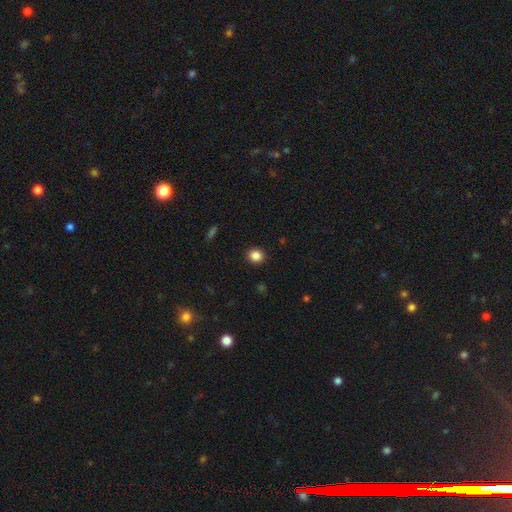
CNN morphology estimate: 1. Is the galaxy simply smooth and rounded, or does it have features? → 86% smooth, 11% star or artifact, 4% featured or disk.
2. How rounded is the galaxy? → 84% round, 15% in between, 1% cigar-shaped.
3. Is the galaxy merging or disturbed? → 92% none, 5% minor disturbance, 2% major disturbance, 1% merger.